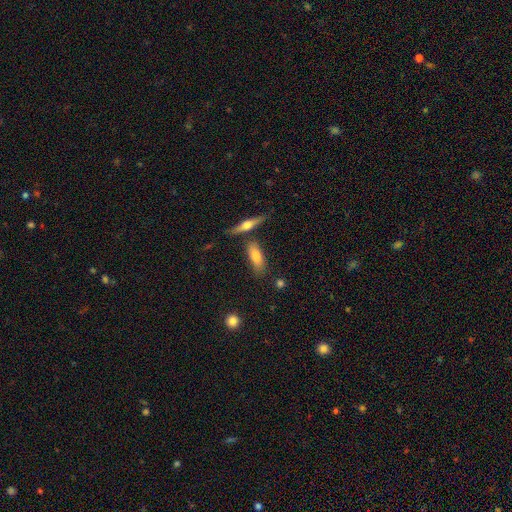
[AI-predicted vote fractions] A smooth galaxy with no disk features (69%) that is in between round and cigar-shaped (68%).

Vote fractions:
- Smooth or featured? smooth: 69% / featured or disk: 24% / star or artifact: 7%
- How rounded? in between: 68% / cigar-shaped: 28% / round: 3%
- Merging? none: 67% / merger: 15% / minor disturbance: 14% / major disturbance: 4%